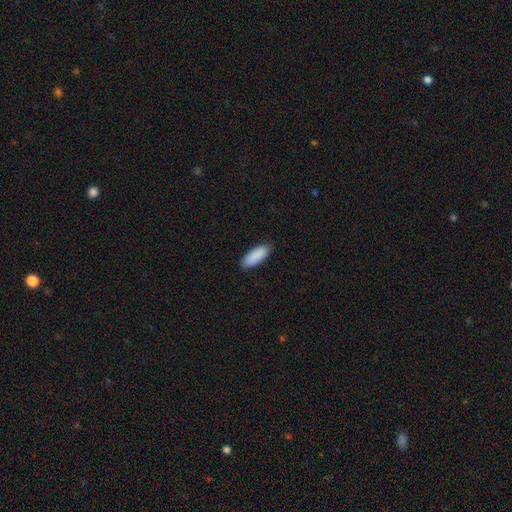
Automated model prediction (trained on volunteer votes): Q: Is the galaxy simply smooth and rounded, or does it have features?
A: smooth — 90%.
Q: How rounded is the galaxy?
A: in between — 68%.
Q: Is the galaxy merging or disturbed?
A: none — 87%.